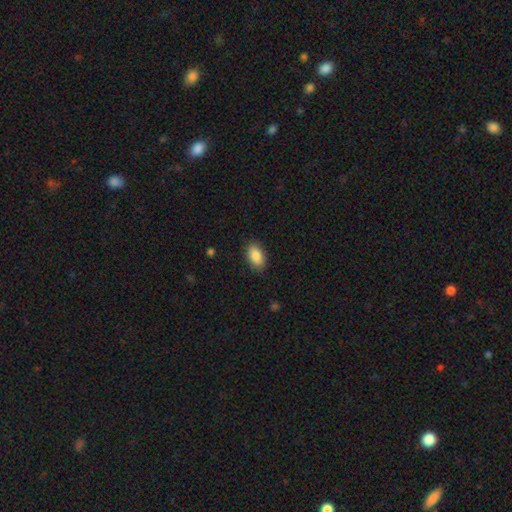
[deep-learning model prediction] Q: Smooth or featured?
A: smooth (88%); runner-up: star or artifact (7%)
Q: How rounded?
A: in between (92%); runner-up: round (5%)
Q: Merging?
A: none (86%); runner-up: minor disturbance (10%)